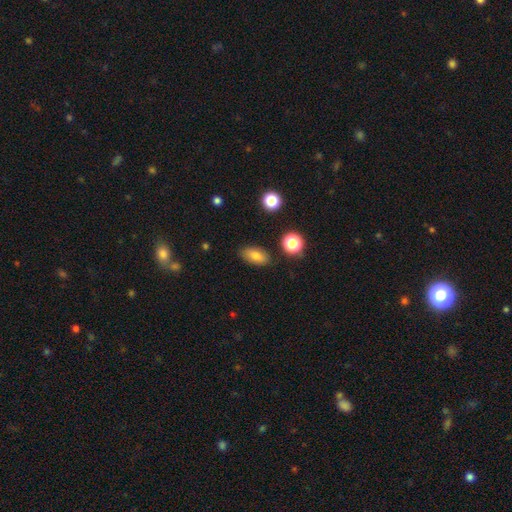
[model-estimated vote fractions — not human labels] Q: Smooth or featured?
A: smooth (79%); runner-up: featured or disk (11%)
Q: How rounded?
A: in between (87%); runner-up: round (8%)
Q: Merging?
A: none (84%); runner-up: minor disturbance (11%)